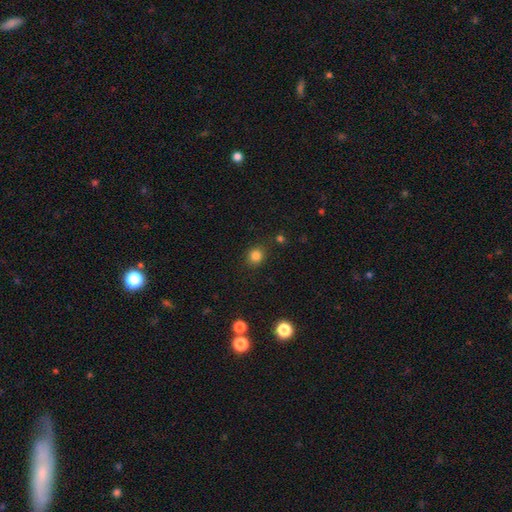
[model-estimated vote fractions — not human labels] The model was most divided on "how rounded": round: 82%, in between: 17%, cigar-shaped: 1%. More confident: merging — none (87%); smooth or featured — smooth (83%).